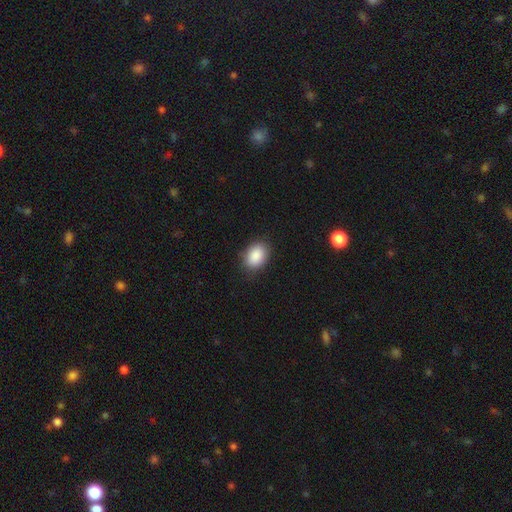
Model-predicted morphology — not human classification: A smooth galaxy with no disk features (89%) that is in between round and cigar-shaped (78%).

Vote fractions:
- Smooth or featured? smooth: 89% / star or artifact: 7% / featured or disk: 4%
- How rounded? in between: 78% / round: 20% / cigar-shaped: 1%
- Merging? none: 85% / minor disturbance: 11% / major disturbance: 3% / merger: 1%